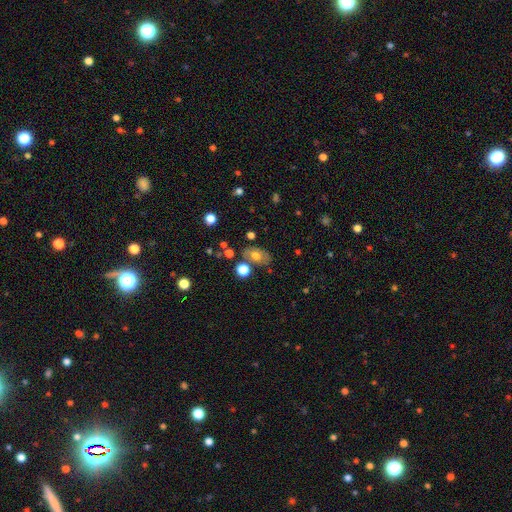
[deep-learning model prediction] This appears to be a smooth galaxy with no disk features (63%) that is in between round and cigar-shaped (81%). Merging: none (67%).